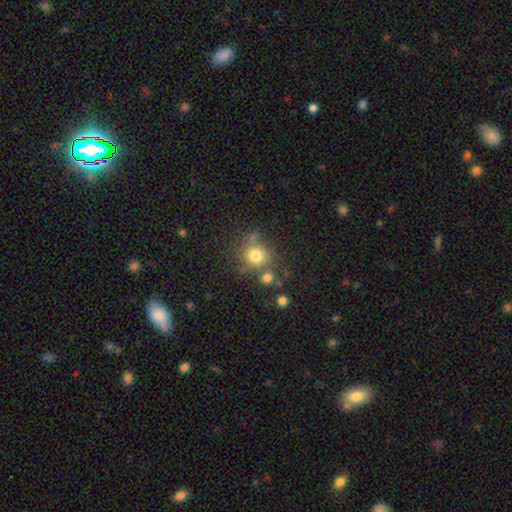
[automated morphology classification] Q: Smooth or featured?
A: smooth (76%); runner-up: star or artifact (14%)
Q: How rounded?
A: round (85%); runner-up: in between (14%)
Q: Merging?
A: none (65%); runner-up: merger (16%)